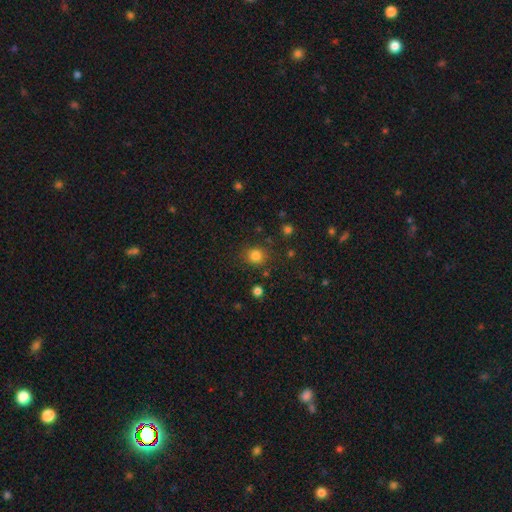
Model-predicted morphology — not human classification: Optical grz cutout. It shows a smooth galaxy with no disk features (82%) that is round (86%). Merging: none (84%).